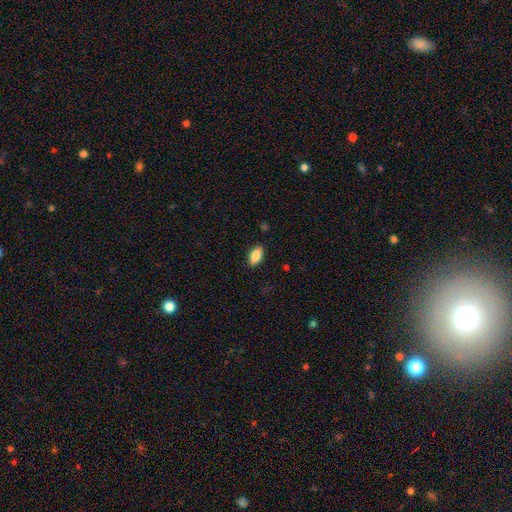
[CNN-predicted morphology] Q: Smooth or featured?
A: smooth (84%); runner-up: featured or disk (9%)
Q: How rounded?
A: in between (90%); runner-up: cigar-shaped (7%)
Q: Merging?
A: none (88%); runner-up: minor disturbance (9%)